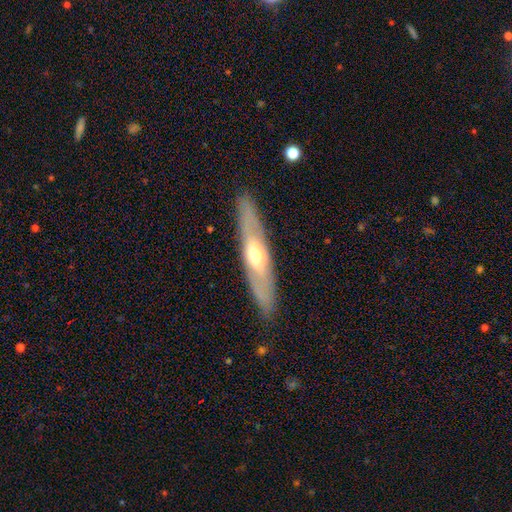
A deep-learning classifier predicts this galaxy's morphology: smooth_or_featured: featured or disk (p=0.59) [alt: smooth p=0.35]
disk_edge_on: yes (p=0.62) [alt: no p=0.38]
merging: none (p=0.87) [alt: minor disturbance p=0.09]